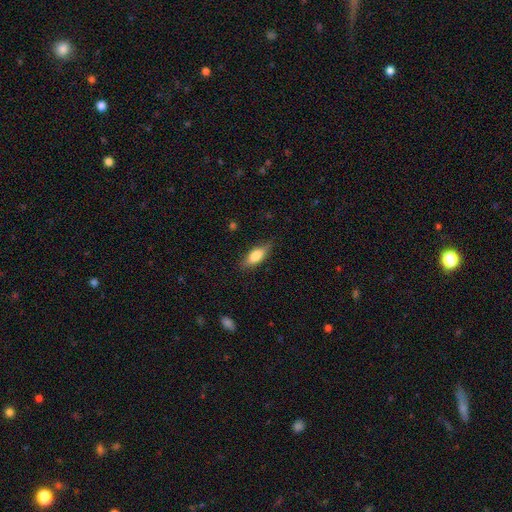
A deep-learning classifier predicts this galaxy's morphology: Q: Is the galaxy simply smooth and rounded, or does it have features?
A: smooth — 73%.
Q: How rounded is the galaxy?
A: in between — 70%.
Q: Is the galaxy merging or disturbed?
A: none — 80%.